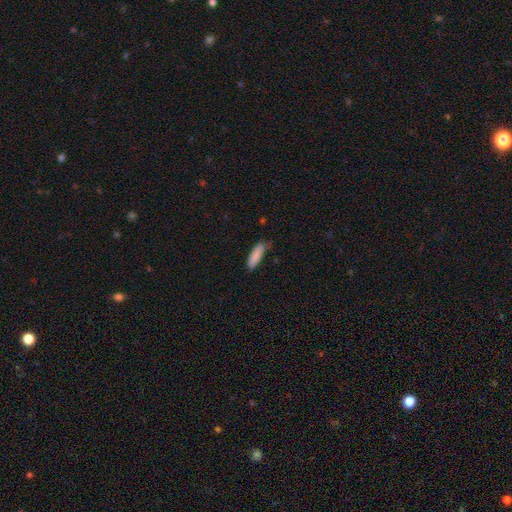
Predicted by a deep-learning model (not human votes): A smooth galaxy with no disk features (87%) that is cigar-shaped (59%).

Vote fractions:
- Smooth or featured? smooth: 87% / featured or disk: 6% / star or artifact: 6%
- How rounded? cigar-shaped: 59% / in between: 40% / round: 1%
- Merging? none: 73% / minor disturbance: 22% / major disturbance: 3% / merger: 2%